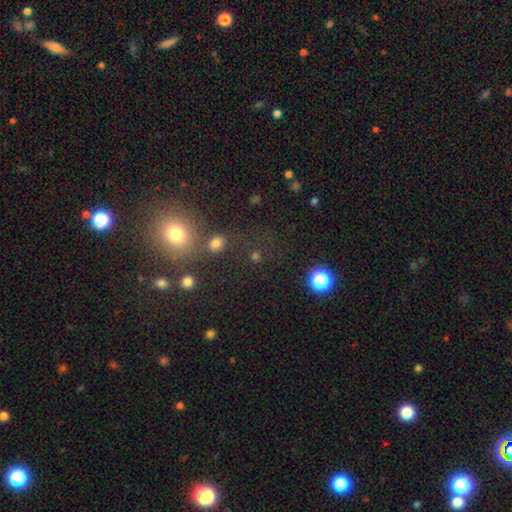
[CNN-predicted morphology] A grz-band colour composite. It shows a smooth galaxy with no disk features (63%) that is round (84%). Merging: none (68%).